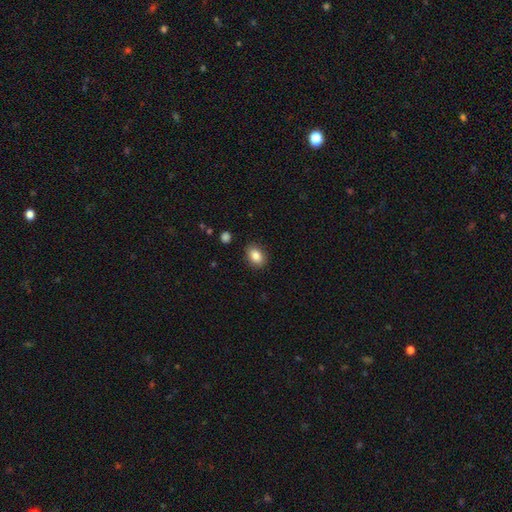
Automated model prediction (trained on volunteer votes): Overall: smooth (86%). How rounded: in between (78%). Merging: none (87%).